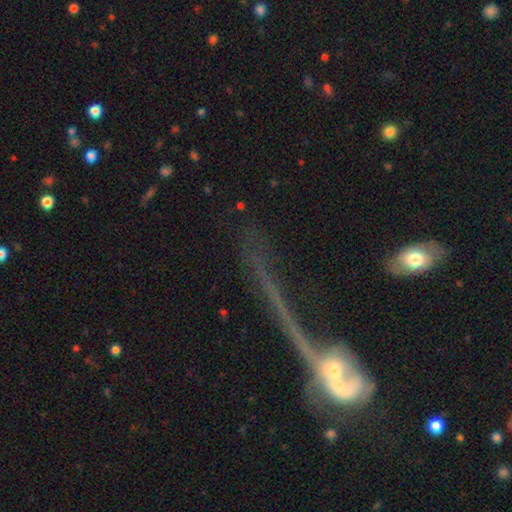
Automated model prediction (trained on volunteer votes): Smooth or featured?
  - featured or disk: 54% *
  - smooth: 24%
  - star or artifact: 22%
Edge-on disk?
  - no: 54% *
  - yes: 46%
Merging?
  - none: 35% *
  - merger: 28%
  - major disturbance: 25%
  - minor disturbance: 13%